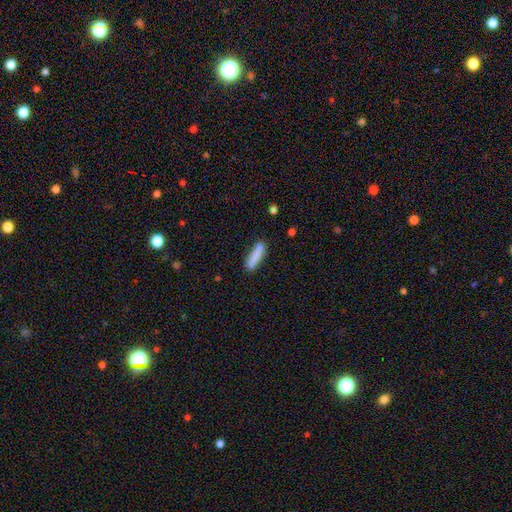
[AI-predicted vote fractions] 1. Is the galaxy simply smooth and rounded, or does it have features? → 83% smooth, 10% featured or disk, 6% star or artifact.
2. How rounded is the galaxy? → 78% cigar-shaped, 20% in between, 2% round.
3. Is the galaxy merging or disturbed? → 82% none, 12% minor disturbance, 3% merger, 3% major disturbance.